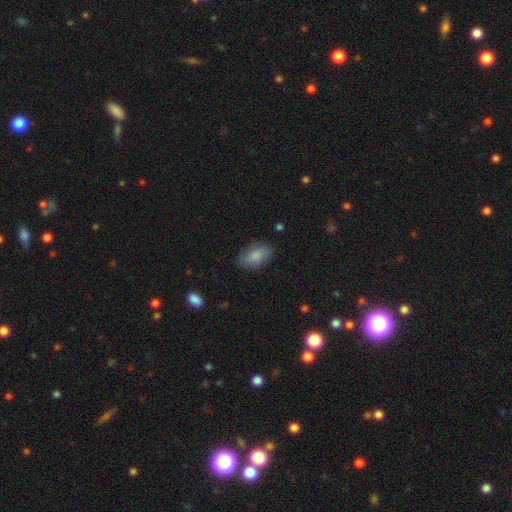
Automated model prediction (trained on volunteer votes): A smooth galaxy with no disk features (84%) that is in between round and cigar-shaped (91%). Merging: none (80%).